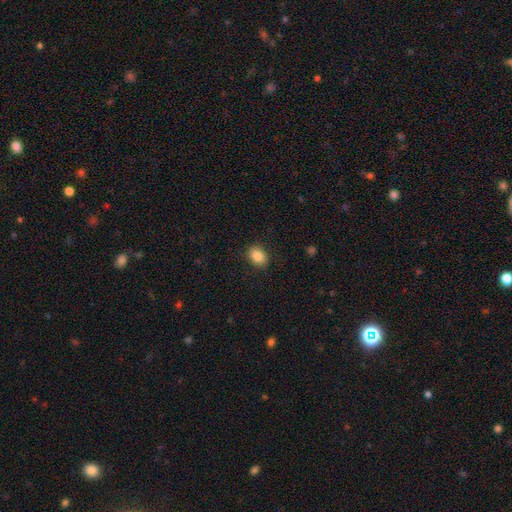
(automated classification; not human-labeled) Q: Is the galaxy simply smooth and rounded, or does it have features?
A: smooth — 87%.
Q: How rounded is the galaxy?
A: in between — 72%.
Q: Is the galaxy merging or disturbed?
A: none — 87%.